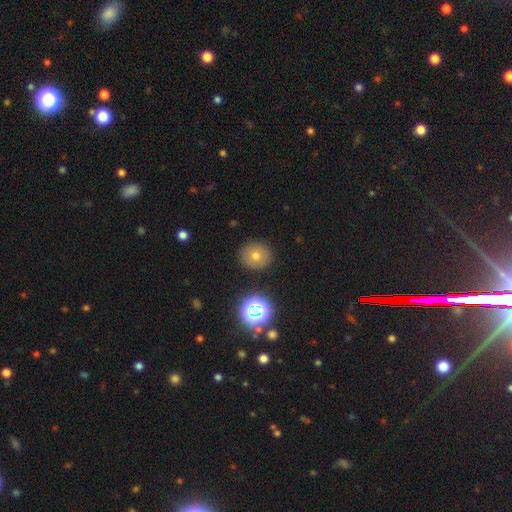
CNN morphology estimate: The model was most divided on "smooth or featured": smooth: 68%, star or artifact: 17%, featured or disk: 14%. More confident: merging — none (87%); how rounded — round (85%).